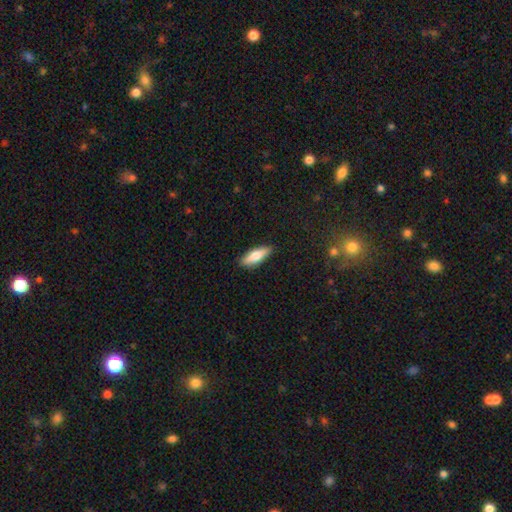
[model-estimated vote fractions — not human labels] This appears to be a smooth galaxy with no disk features (69%) that is in between round and cigar-shaped (52%). Merging: none (88%).